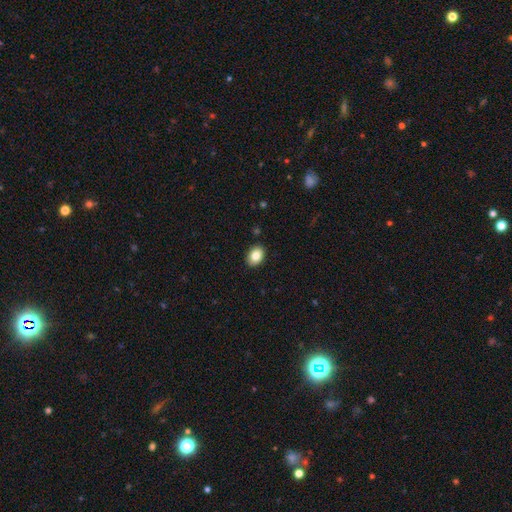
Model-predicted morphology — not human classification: type=smooth (84%); roundness=in between (75%); merging=none (89%).